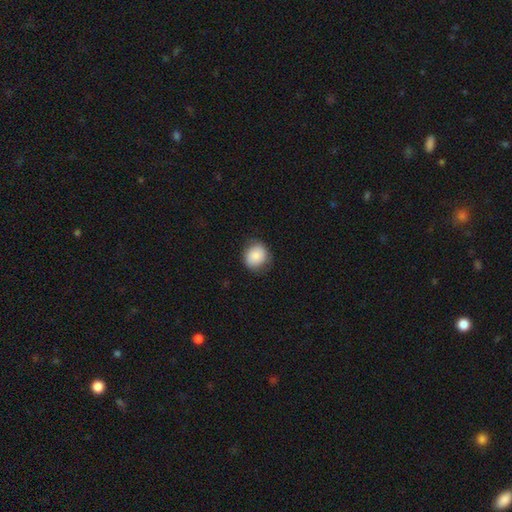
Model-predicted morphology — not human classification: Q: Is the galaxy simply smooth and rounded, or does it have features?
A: smooth — 85%.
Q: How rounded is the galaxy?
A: round — 75%.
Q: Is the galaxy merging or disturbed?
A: none — 79%.